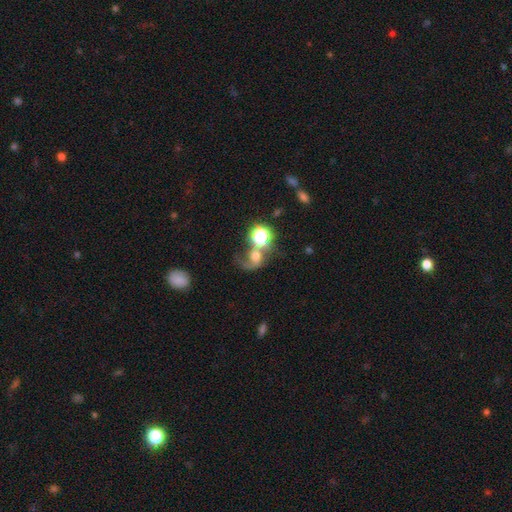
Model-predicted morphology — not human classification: This appears to be a featured or disk galaxy (41%). Merging: merger (32%).